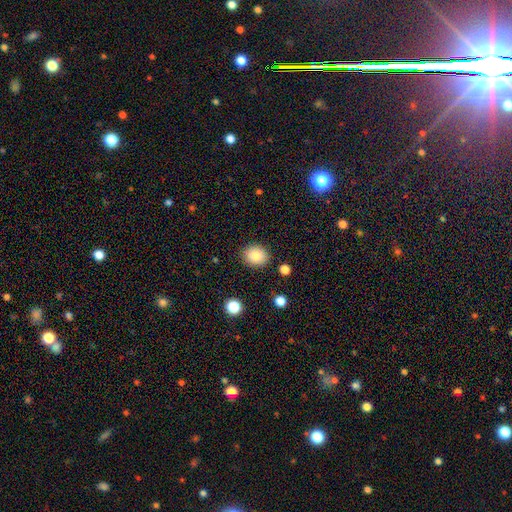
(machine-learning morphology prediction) Q: Smooth or featured?
A: smooth (84%); runner-up: star or artifact (9%)
Q: How rounded?
A: round (65%); runner-up: in between (34%)
Q: Merging?
A: none (88%); runner-up: minor disturbance (8%)